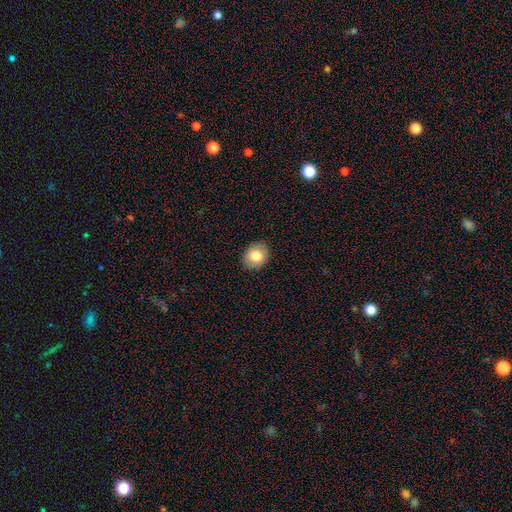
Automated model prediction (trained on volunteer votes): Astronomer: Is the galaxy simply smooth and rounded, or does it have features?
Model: smooth — 78%.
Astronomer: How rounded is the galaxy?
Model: in between — 53% (runner-up: round, 47%).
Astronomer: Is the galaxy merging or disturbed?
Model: none — 89%.